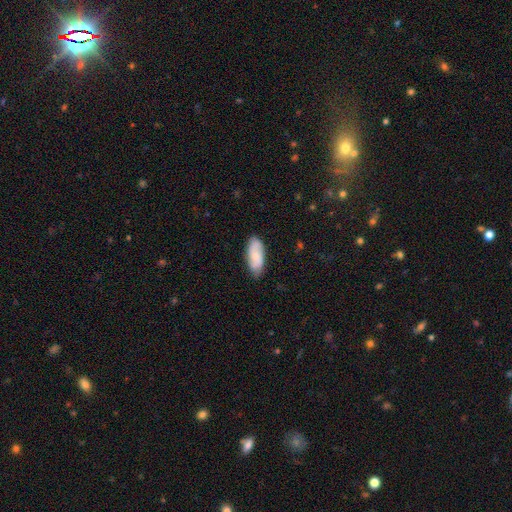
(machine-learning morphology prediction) Overall: smooth (63%; featured or disk 31%). How rounded: in between (83%). Merging: none (78%).